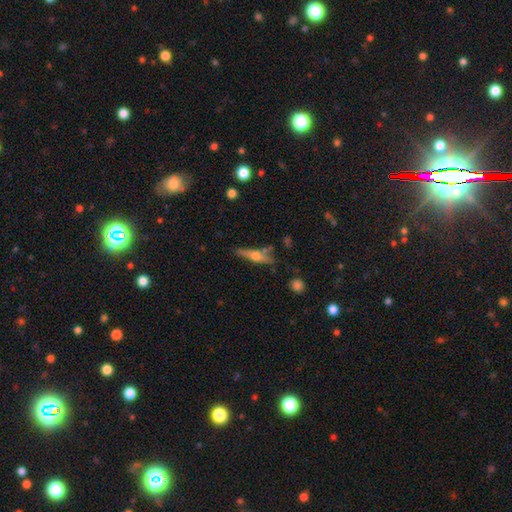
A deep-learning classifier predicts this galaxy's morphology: smooth-or-featured: featured or disk: 57% | smooth: 35% | star or artifact: 8%
  disk-edge-on: yes: 93% | no: 7%
    edge-on-bulge: rounded: 89% | boxy: 6% | none: 5%
  merging: none: 70% | minor disturbance: 17% | merger: 8% | major disturbance: 5%